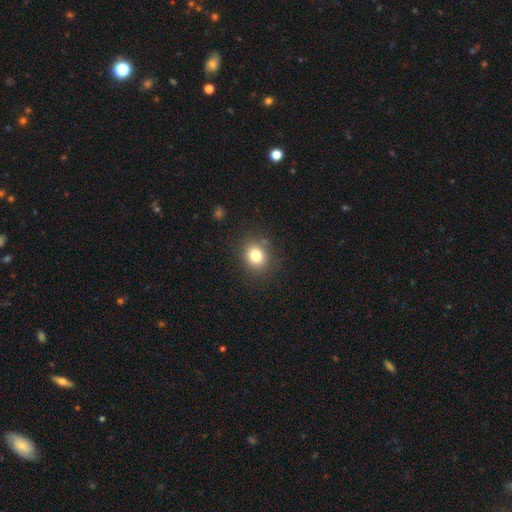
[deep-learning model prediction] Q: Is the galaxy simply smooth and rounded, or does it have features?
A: smooth — 80%.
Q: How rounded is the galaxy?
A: round — 75%.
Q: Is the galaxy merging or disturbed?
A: none — 85%.